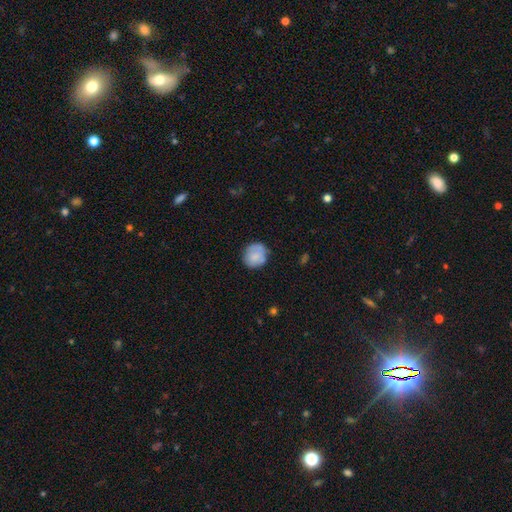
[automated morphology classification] Overall: smooth (78%). How rounded: round (79%). Merging: none (72%).